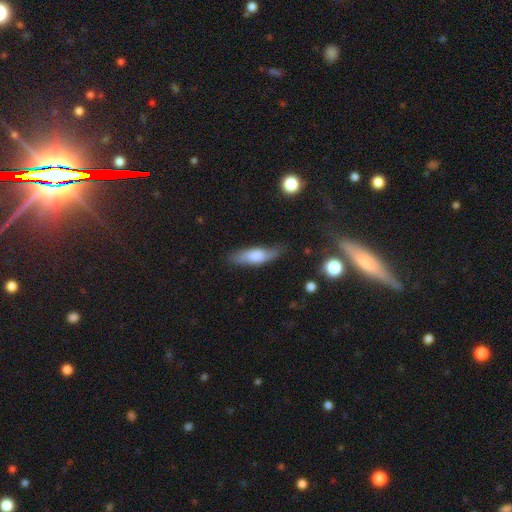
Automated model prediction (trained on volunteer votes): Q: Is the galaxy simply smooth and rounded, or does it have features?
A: smooth — 68%.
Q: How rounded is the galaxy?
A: in between — 52%.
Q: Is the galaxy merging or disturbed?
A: none — 68%.